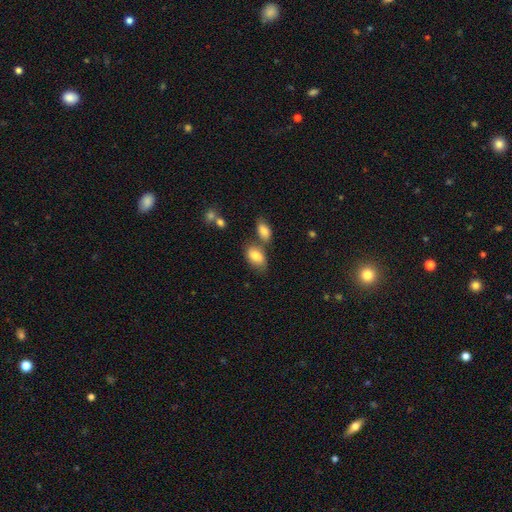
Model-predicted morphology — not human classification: Smooth or featured?
  - smooth: 81% *
  - featured or disk: 12%
  - star or artifact: 7%
How rounded?
  - in between: 90% *
  - round: 8%
  - cigar-shaped: 2%
Merging?
  - none: 50% *
  - merger: 27%
  - minor disturbance: 18%
  - major disturbance: 5%